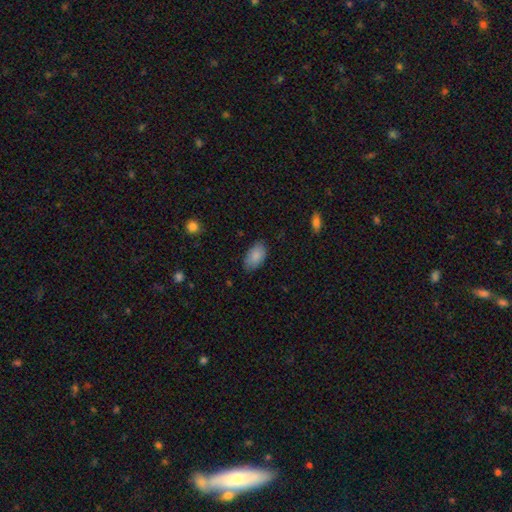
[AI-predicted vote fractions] smooth-or-featured: smooth: 87% | star or artifact: 7% | featured or disk: 6%
  how-rounded: in between: 94% | round: 5% | cigar-shaped: 2%
  merging: none: 80% | minor disturbance: 15% | major disturbance: 3% | merger: 1%